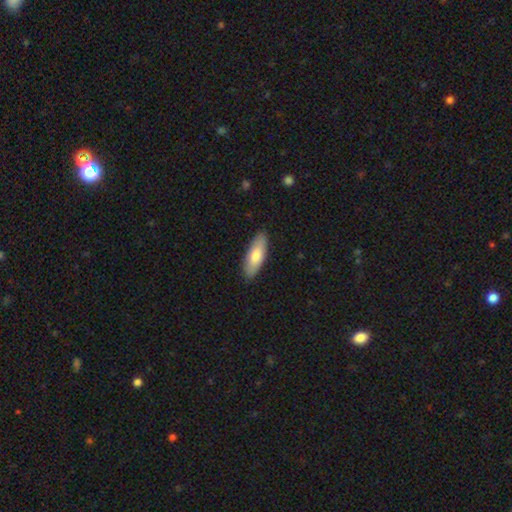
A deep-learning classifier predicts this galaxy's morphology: A smooth galaxy with no disk features (74%) that is in between round and cigar-shaped (63%). Merging: none (88%).